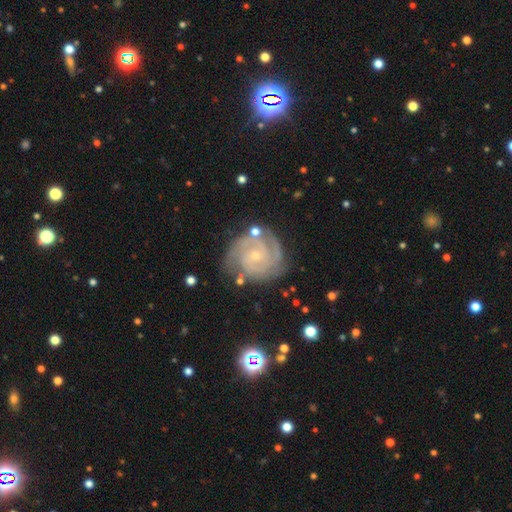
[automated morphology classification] A featured or disk galaxy (89%) with no bar (67%), 2 (37%) tight (74%) spiral arms (98%) and a small central bulge (80%).

Vote fractions:
- Smooth or featured? featured or disk: 89% / star or artifact: 5% / smooth: 5%
- Edge-on disk? no: 98% / yes: 2%
- Bar? no: 67% / weak: 27% / strong: 6%
- Spiral arms? yes: 98% / no: 2%
- Spiral winding? tight: 74% / medium: 23% / loose: 3%
- Spiral arm count? 2: 37% / 3: 29% / can't tell: 14% / 4: 10% / more than 4: 5% / 1: 5%
- Bulge size? small: 80% / moderate: 15% / none: 3% / large: 1% / dominant: 1%
- Merging? none: 73% / minor disturbance: 18% / major disturbance: 6% / merger: 4%